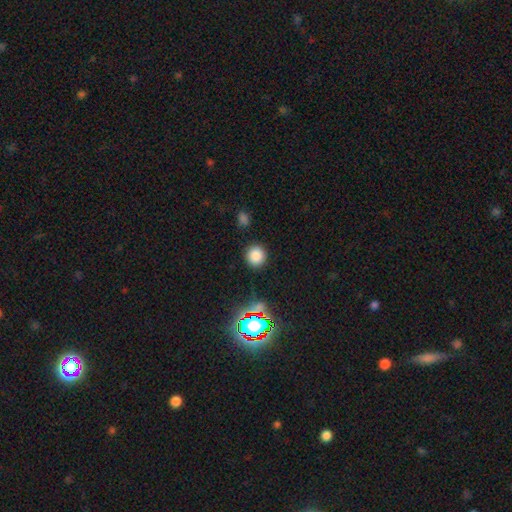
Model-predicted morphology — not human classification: smooth_or_featured: smooth (p=0.80) [alt: star or artifact p=0.15]
how_rounded: round (p=0.91) [alt: in between p=0.08]
merging: none (p=0.89) [alt: minor disturbance p=0.07]